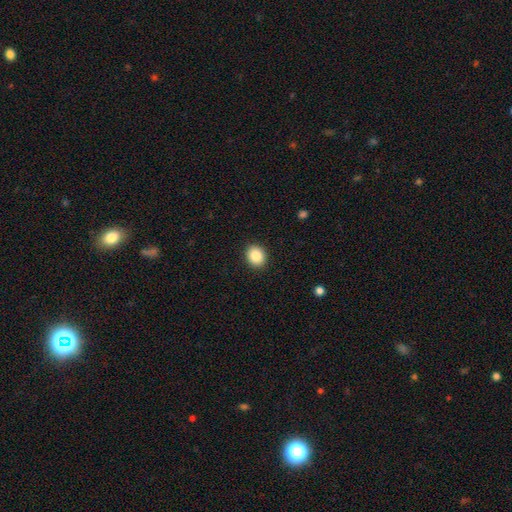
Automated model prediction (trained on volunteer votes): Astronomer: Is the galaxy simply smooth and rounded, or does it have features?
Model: smooth — 87%.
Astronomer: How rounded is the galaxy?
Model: round — 63%.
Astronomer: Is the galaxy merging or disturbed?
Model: none — 91%.